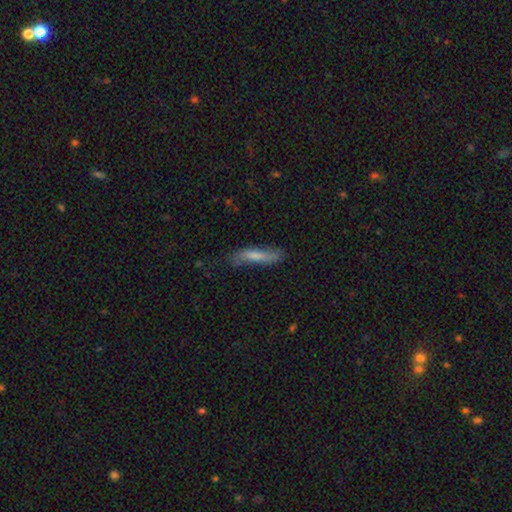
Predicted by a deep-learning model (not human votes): Smooth or featured?
  - smooth: 66% *
  - featured or disk: 28%
  - star or artifact: 7%
How rounded?
  - cigar-shaped: 83% *
  - in between: 16%
  - round: 2%
Merging?
  - none: 69% *
  - minor disturbance: 23%
  - major disturbance: 6%
  - merger: 2%